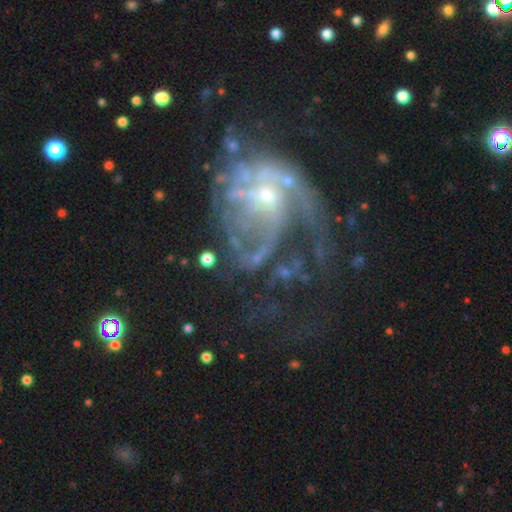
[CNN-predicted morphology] Smooth or featured? featured or disk (80%)
Edge-on disk? no (98%)
Bar? no (66%)
Spiral arms? yes (78%)
Spiral winding? loose (41%)
Spiral arm count? can't tell (29%)
Bulge size? small (63%)
Merging? major disturbance (46%)